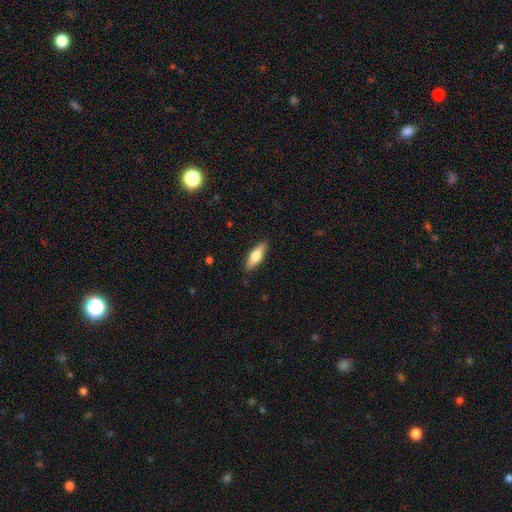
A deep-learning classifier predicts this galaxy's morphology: type=smooth (62%); roundness=in between (56%); merging=none (89%).